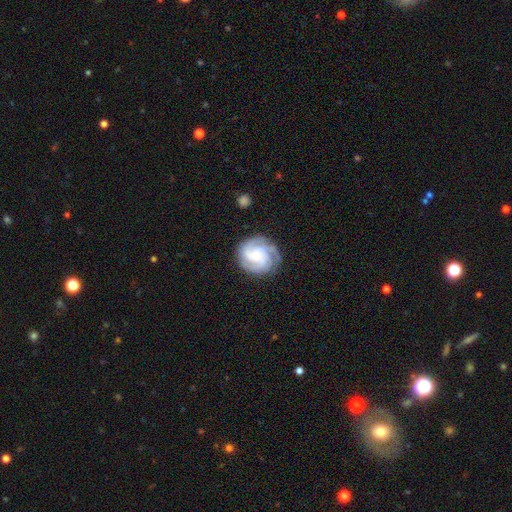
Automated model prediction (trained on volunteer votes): featured or disk 87%, smooth 8%, star or artifact 5%. Down the decision tree: edge-on disk — no (98%); bar — no (70%); spiral arms — yes (98%); spiral arm count — 3 (43%); spiral winding — tight (66%); bulge size — small (59%); merging — none (81%).